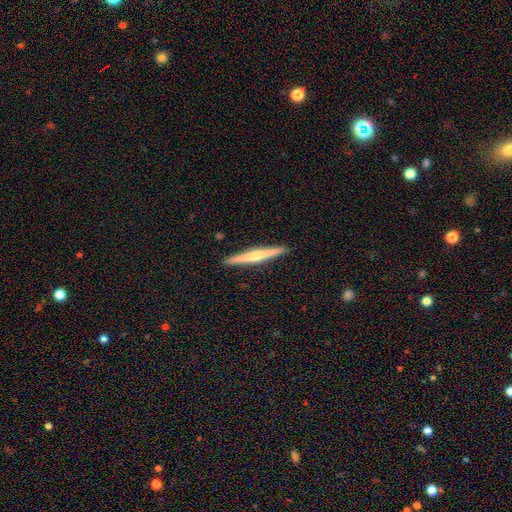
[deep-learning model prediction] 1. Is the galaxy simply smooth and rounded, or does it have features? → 59% featured or disk, 36% smooth, 5% star or artifact.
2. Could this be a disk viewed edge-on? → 98% yes, 2% no.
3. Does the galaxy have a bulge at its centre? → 65% rounded, 29% none, 6% boxy.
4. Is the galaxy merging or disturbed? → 92% none, 5% minor disturbance, 1% major disturbance, 1% merger.